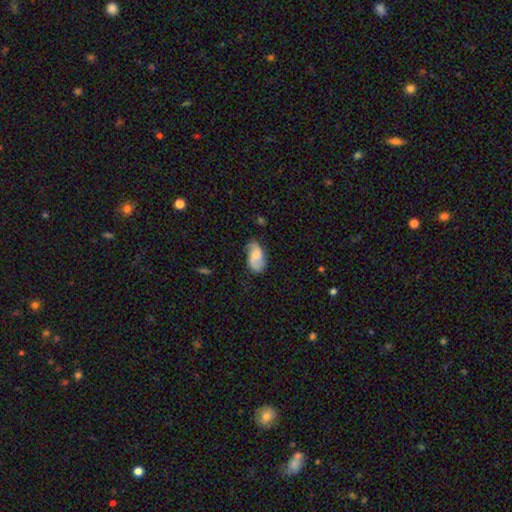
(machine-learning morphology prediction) Smooth or featured? Predicted: smooth (p=0.47). Merging? Predicted: none (p=0.63).